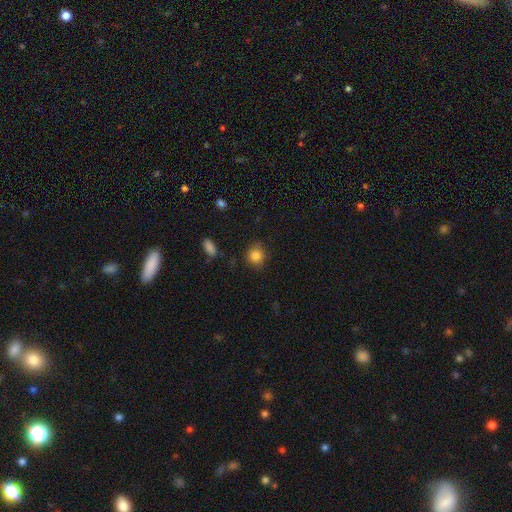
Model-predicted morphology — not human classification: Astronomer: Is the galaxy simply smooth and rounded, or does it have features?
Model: smooth — 85%.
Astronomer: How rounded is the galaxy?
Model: round — 84%.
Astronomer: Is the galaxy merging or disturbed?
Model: none — 82%.